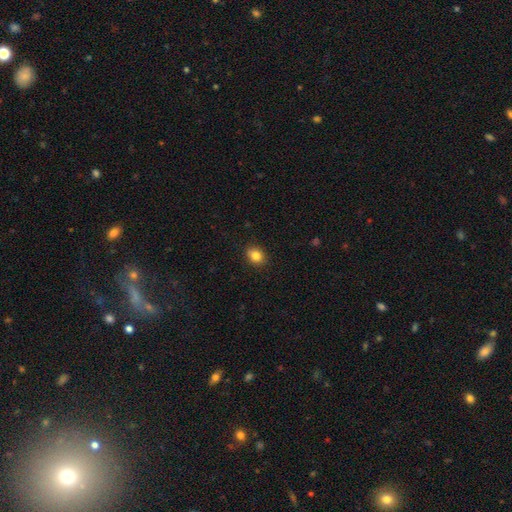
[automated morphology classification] smooth-or-featured: smooth: 84% | star or artifact: 10% | featured or disk: 6%
  how-rounded: round: 54% | in between: 45% | cigar-shaped: 1%
  merging: none: 87% | minor disturbance: 10% | major disturbance: 2% | merger: 1%